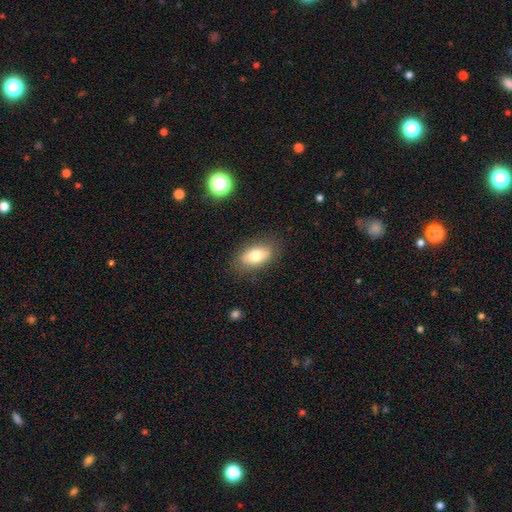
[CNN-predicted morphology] smooth_or_featured: smooth (p=0.75) [alt: featured or disk p=0.17]
how_rounded: in between (p=0.89) [alt: round p=0.06]
merging: none (p=0.83) [alt: minor disturbance p=0.12]